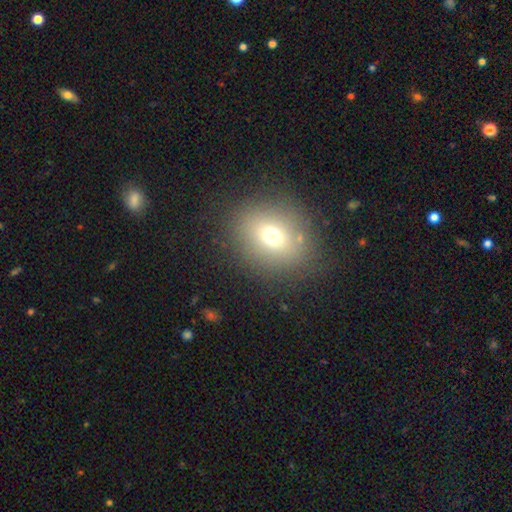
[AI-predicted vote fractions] Q: Smooth or featured?
A: smooth (67%); runner-up: star or artifact (17%)
Q: How rounded?
A: round (53%); runner-up: in between (45%)
Q: Merging?
A: none (86%); runner-up: minor disturbance (9%)